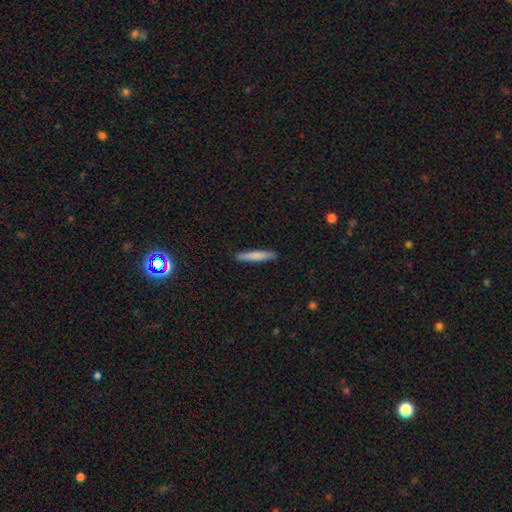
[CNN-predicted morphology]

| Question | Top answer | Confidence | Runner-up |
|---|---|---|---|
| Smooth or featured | smooth | 78% | featured or disk (16%) |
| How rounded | cigar-shaped | 94% | in between (5%) |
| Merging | none | 91% | minor disturbance (7%) |